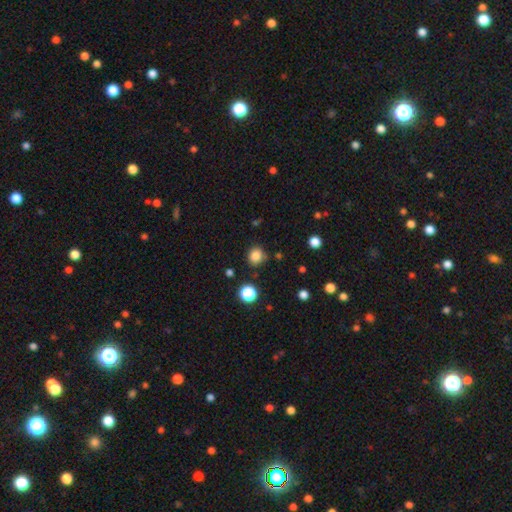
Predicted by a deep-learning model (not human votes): smooth-or-featured: smooth: 84% | star or artifact: 13% | featured or disk: 4%
  how-rounded: round: 85% | in between: 14% | cigar-shaped: 1%
  merging: none: 83% | minor disturbance: 10% | merger: 4% | major disturbance: 3%